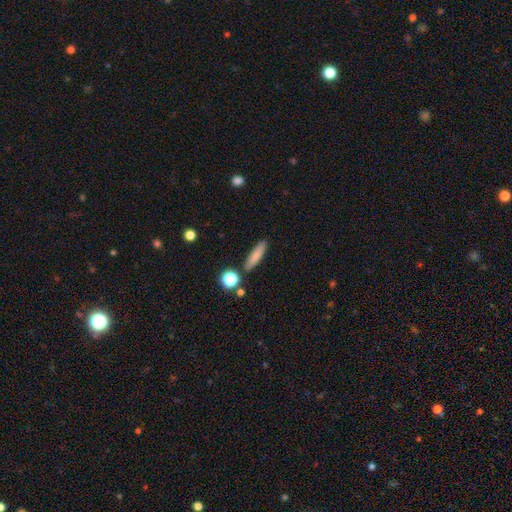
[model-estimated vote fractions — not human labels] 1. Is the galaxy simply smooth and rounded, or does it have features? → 79% smooth, 13% featured or disk, 8% star or artifact.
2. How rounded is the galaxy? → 75% cigar-shaped, 21% in between, 3% round.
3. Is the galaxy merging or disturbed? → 85% none, 8% minor disturbance, 4% merger, 2% major disturbance.